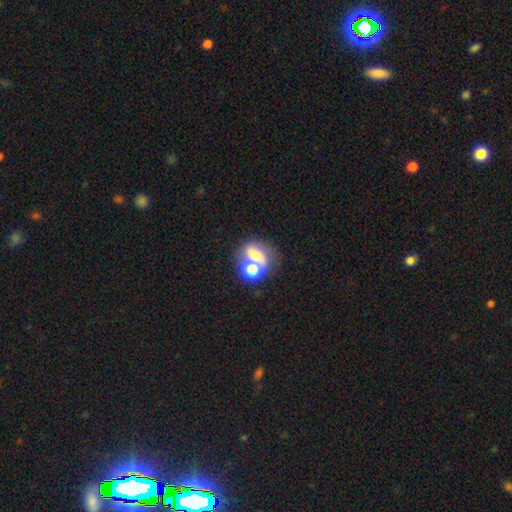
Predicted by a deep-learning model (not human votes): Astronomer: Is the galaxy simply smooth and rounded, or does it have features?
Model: smooth — 54% (runner-up: featured or disk, 32%).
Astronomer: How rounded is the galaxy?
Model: in between — 56% (runner-up: round, 42%).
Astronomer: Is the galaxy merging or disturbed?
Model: merger — 54%.